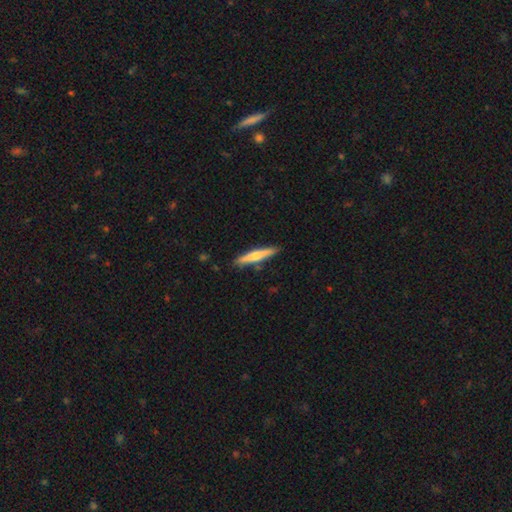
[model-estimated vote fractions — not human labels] Smooth or featured? Predicted: smooth (p=0.52). How rounded? Predicted: cigar-shaped (p=0.91). Merging? Predicted: none (p=0.87).